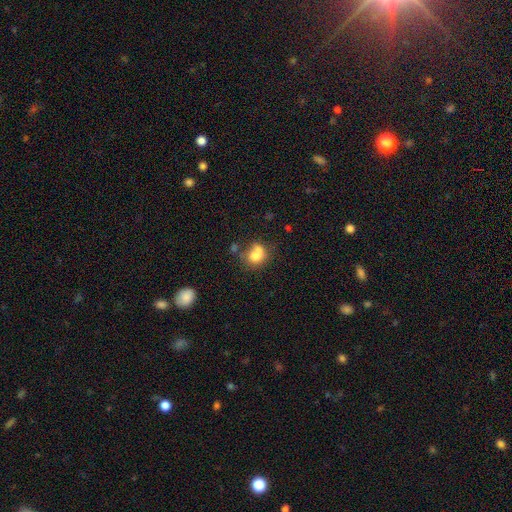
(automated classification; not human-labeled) The model was most divided on "merging": merger: 44%, none: 35%, minor disturbance: 14%, major disturbance: 7%. More confident: smooth or featured — smooth (72%); how rounded — round (68%).